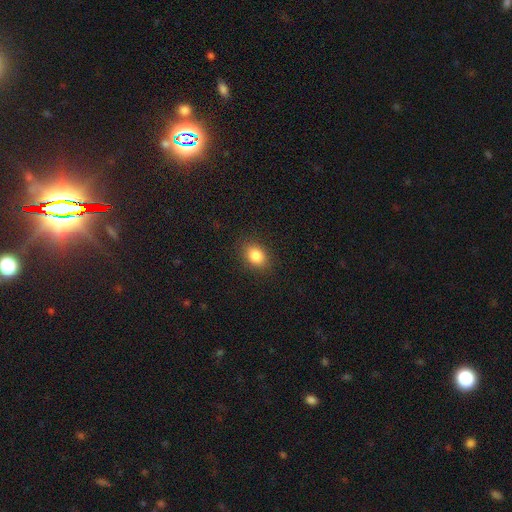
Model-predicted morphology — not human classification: Smooth or featured? Predicted: smooth (p=0.85). How rounded? Predicted: in between (p=0.73). Merging? Predicted: none (p=0.88).